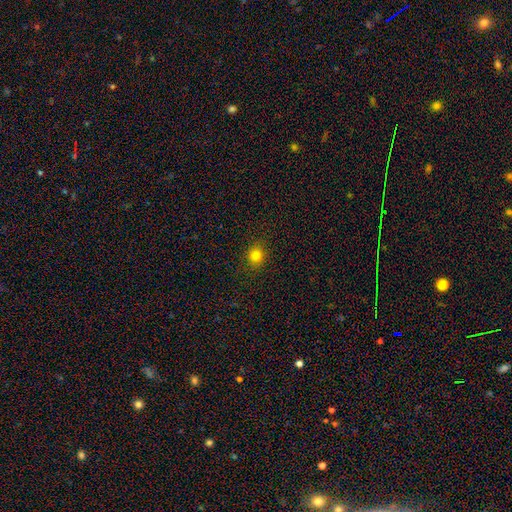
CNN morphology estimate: Q: Smooth or featured?
A: smooth (81%); runner-up: star or artifact (14%)
Q: How rounded?
A: round (81%); runner-up: in between (18%)
Q: Merging?
A: none (89%); runner-up: minor disturbance (7%)